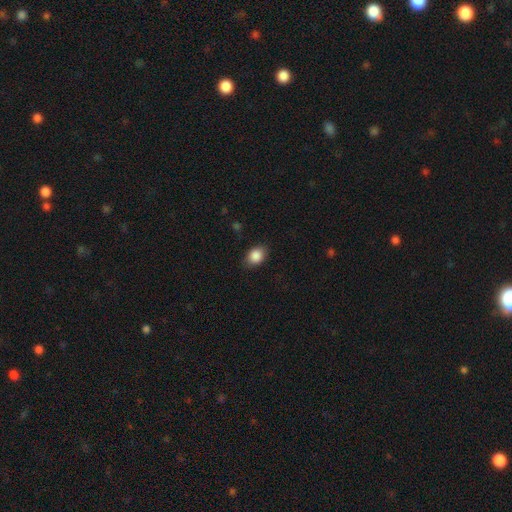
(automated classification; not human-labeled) This is clearly a smooth galaxy (87%). How rounded: likely in between (64%). Merging: clearly none (81%).